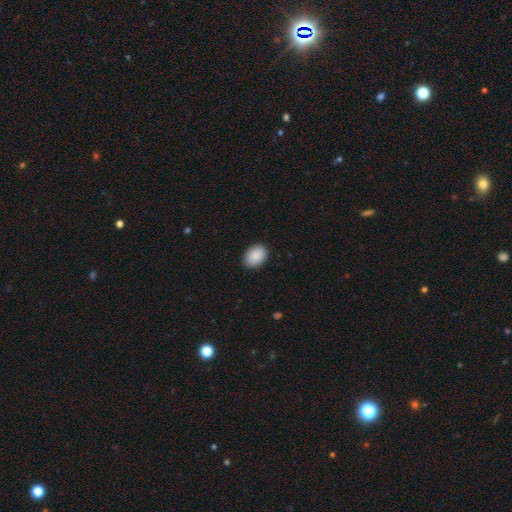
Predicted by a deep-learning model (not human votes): Q: Smooth or featured?
A: smooth (90%); runner-up: star or artifact (6%)
Q: How rounded?
A: in between (82%); runner-up: round (17%)
Q: Merging?
A: none (89%); runner-up: minor disturbance (8%)